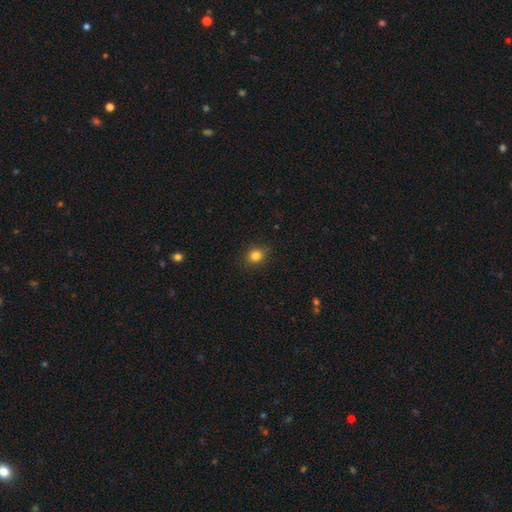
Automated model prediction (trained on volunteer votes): Smooth or featured? smooth (82%)
How rounded? round (73%)
Merging? none (86%)